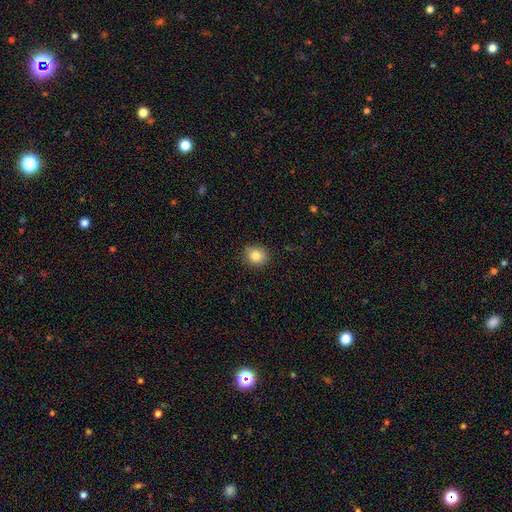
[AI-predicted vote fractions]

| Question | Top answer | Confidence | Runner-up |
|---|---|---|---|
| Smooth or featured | smooth | 84% | star or artifact (10%) |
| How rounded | round | 81% | in between (18%) |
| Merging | none | 87% | minor disturbance (10%) |